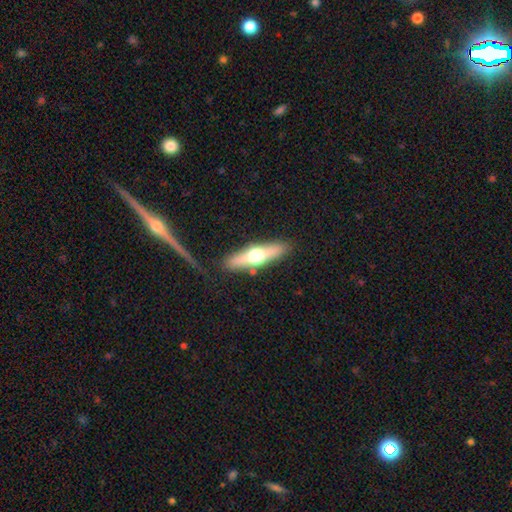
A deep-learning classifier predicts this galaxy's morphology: A featured or disk galaxy (55%) viewed edge-on (89%). Merging: none (84%).